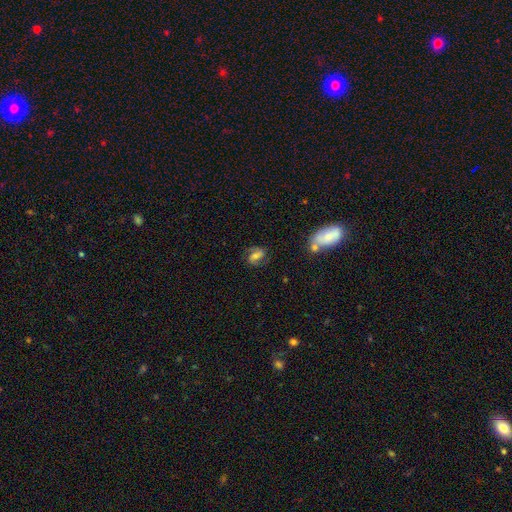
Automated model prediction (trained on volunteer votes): Smooth or featured? Predicted: featured or disk (p=0.70). Edge-on disk? Predicted: no (p=0.97). Bar? Predicted: weak (p=0.45). Spiral arms? Predicted: yes (p=0.94). Spiral winding? Predicted: medium (p=0.52). Spiral arm count? Predicted: 2 (p=0.89). Bulge size? Predicted: moderate (p=0.50). Merging? Predicted: none (p=0.78).